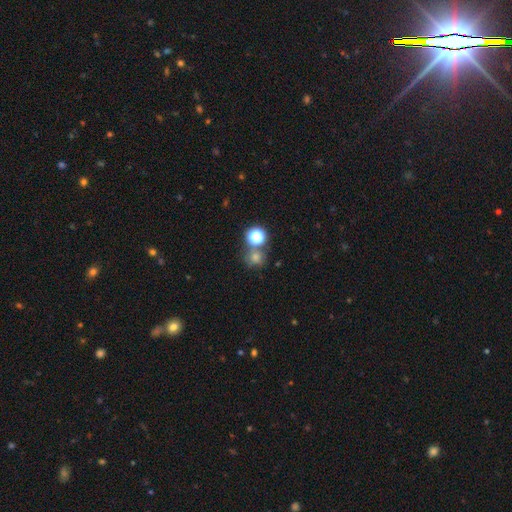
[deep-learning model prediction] Smooth or featured?
  - smooth: 60% *
  - star or artifact: 31%
  - featured or disk: 9%
How rounded?
  - round: 85% *
  - in between: 14%
  - cigar-shaped: 1%
Merging?
  - none: 64% *
  - merger: 22%
  - minor disturbance: 9%
  - major disturbance: 5%